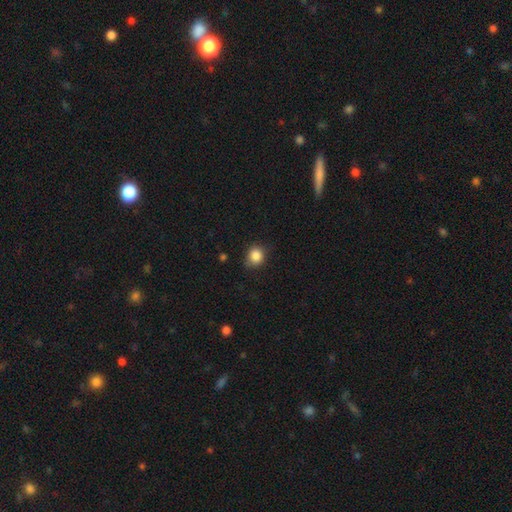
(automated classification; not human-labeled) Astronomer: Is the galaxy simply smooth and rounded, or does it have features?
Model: smooth — 86%.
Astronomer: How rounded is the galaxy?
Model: round — 81%.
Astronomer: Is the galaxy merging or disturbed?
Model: none — 79%.